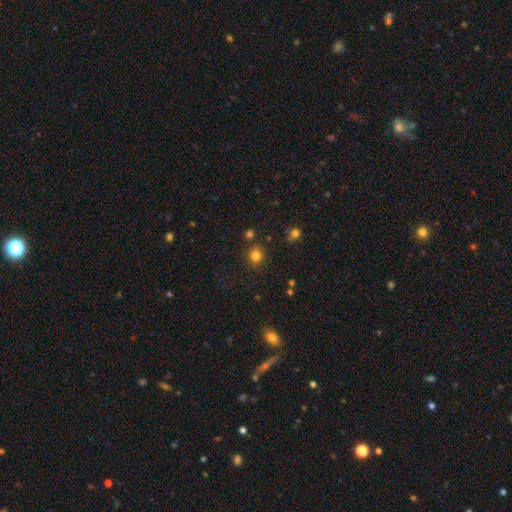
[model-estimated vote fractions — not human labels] A smooth galaxy with no disk features (80%) that is round (86%). Merging: none (83%).